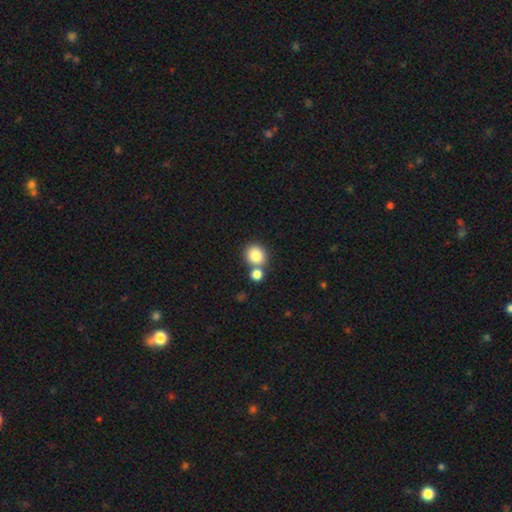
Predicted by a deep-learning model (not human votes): A smooth galaxy with no disk features (84%) that is round (80%). Merging: none (59%).